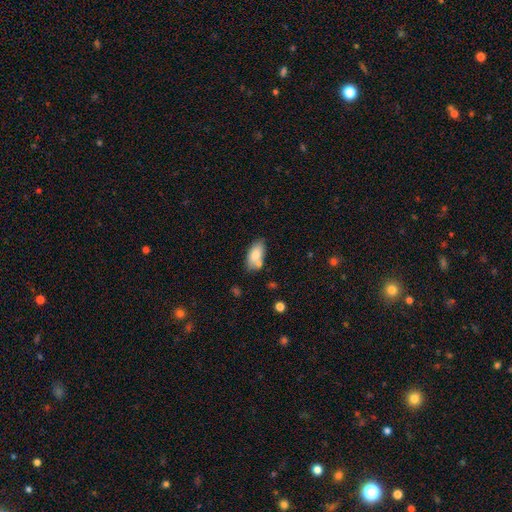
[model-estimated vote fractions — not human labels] This is likely a smooth galaxy (79%). How rounded: clearly in between (92%). Merging: likely none (63%).